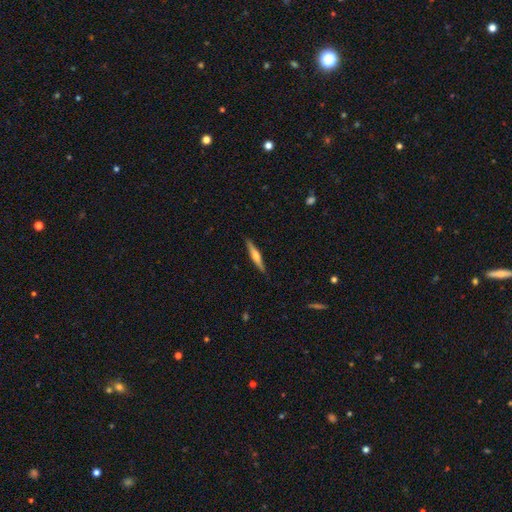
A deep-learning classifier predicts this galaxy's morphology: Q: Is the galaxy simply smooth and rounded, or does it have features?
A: featured or disk — 54%.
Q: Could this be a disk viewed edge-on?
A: yes — 97%.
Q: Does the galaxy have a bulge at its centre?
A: rounded — 78%.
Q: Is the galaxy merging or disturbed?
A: none — 89%.